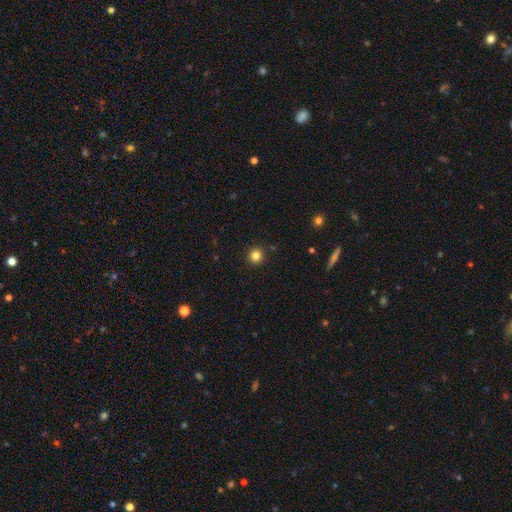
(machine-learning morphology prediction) Smooth or featured? smooth (83%)
How rounded? round (95%)
Merging? none (92%)